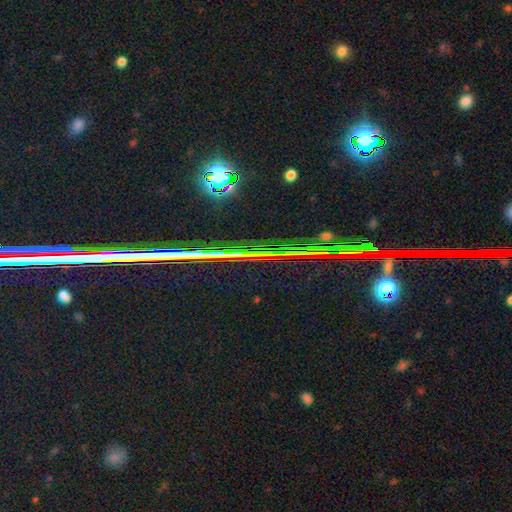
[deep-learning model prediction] Smooth or featured: star or artifact — 81% (featured or disk — 10%)